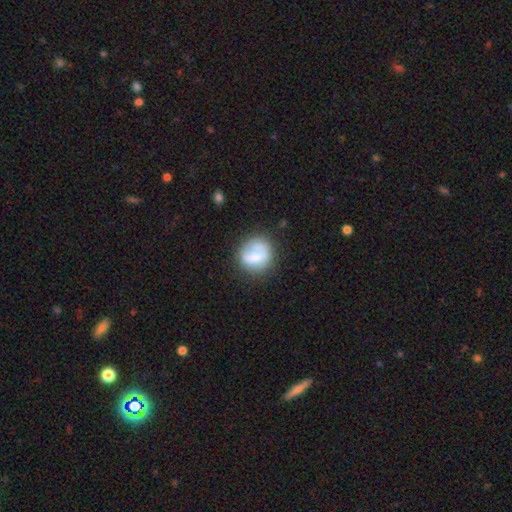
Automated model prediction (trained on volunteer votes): Smooth or featured? smooth (65%)
How rounded? round (81%)
Merging? none (59%)